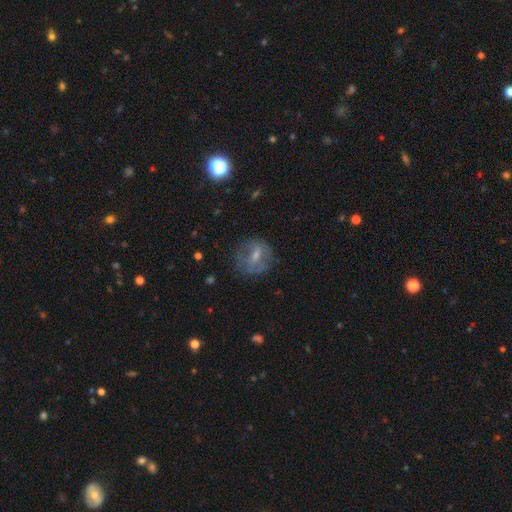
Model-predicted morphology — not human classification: Smooth or featured: featured or disk — 47% (smooth — 37%)
Merging: none — 71% (minor disturbance — 17%)